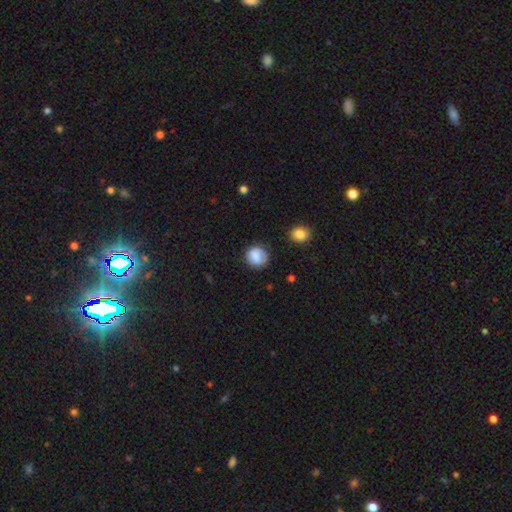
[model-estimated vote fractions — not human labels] Morphology: type=smooth (82%); roundness=round (82%); merging=none (74%).